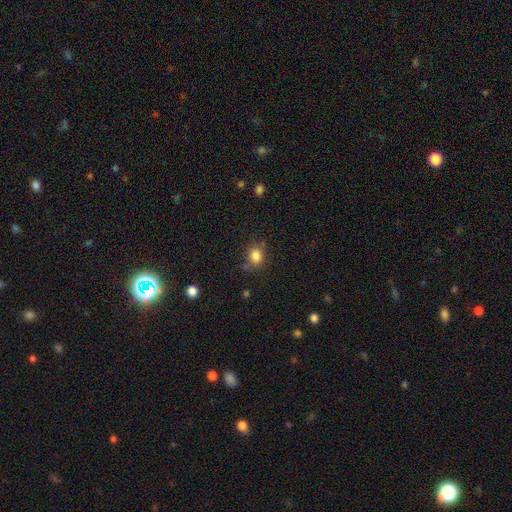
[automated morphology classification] This appears to be a smooth galaxy with no disk features (83%) that is round (60%). Merging: none (73%).